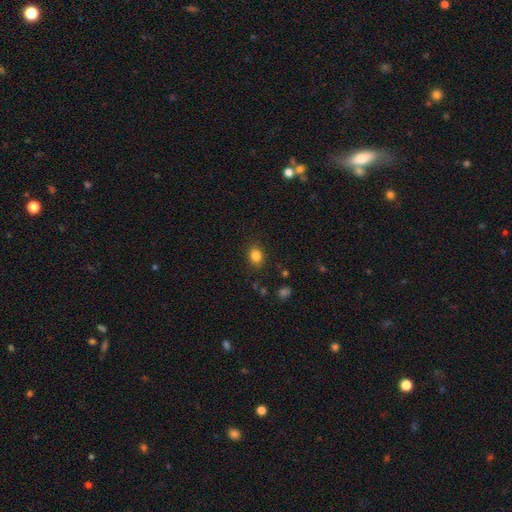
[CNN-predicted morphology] smooth-or-featured: smooth: 83% | star or artifact: 11% | featured or disk: 6%
  how-rounded: in between: 52% | round: 47% | cigar-shaped: 1%
  merging: none: 87% | minor disturbance: 9% | major disturbance: 3% | merger: 1%